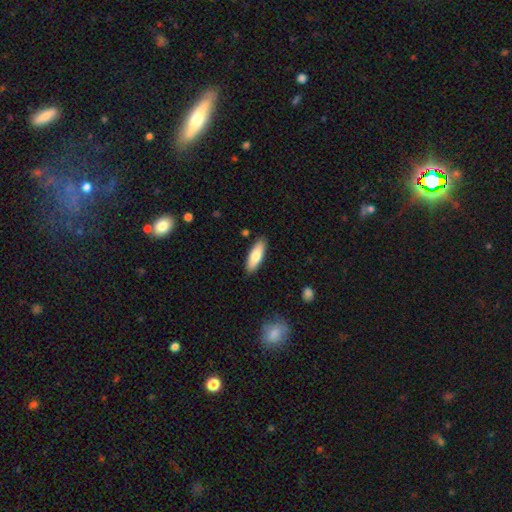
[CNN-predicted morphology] The model was most divided on "how rounded": in between: 63%, cigar-shaped: 35%, round: 2%. More confident: merging — none (88%); smooth or featured — smooth (77%).